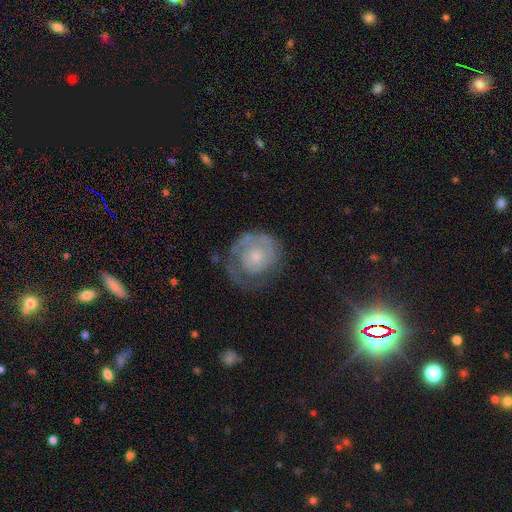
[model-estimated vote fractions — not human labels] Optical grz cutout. It shows a featured or disk galaxy (69%) with no bar (82%), 1 (37%) tight (68%) spiral arms (76%) and a small central bulge (59%). Merging: none (55%).